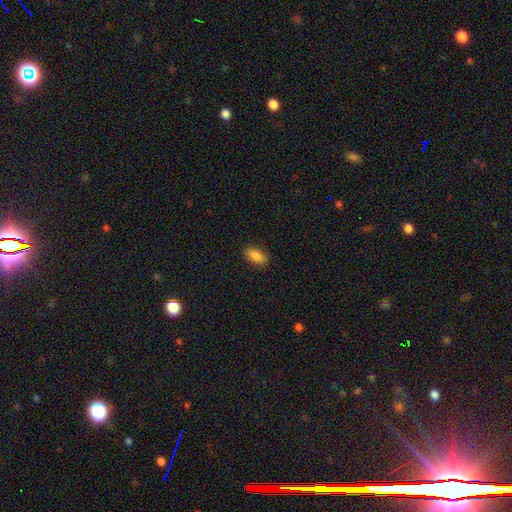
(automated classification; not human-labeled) Smooth or featured? Predicted: smooth (p=0.85). How rounded? Predicted: in between (p=0.89). Merging? Predicted: none (p=0.84).